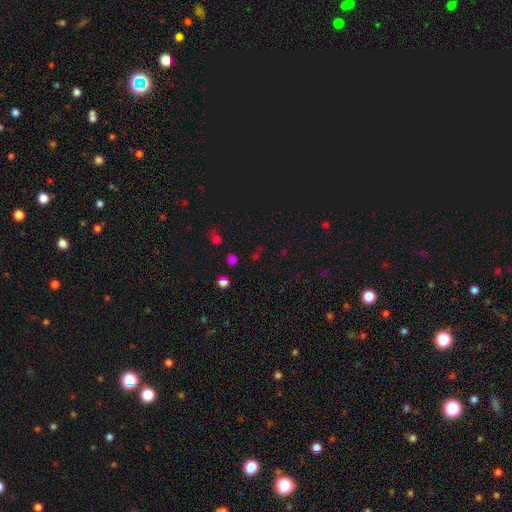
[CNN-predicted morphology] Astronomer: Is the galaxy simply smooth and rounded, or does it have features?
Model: star or artifact — 51% (runner-up: smooth, 43%).